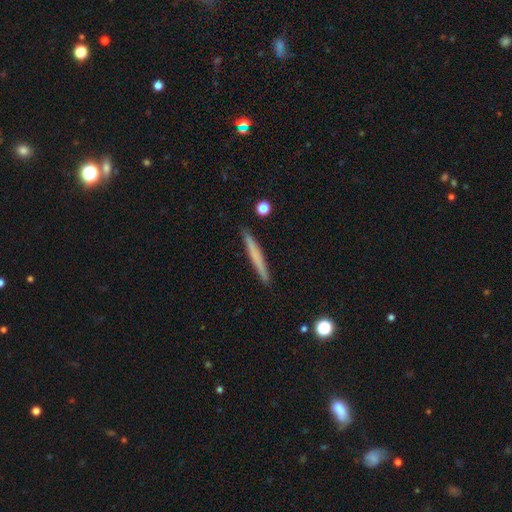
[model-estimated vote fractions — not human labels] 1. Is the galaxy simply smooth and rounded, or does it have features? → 62% smooth, 32% featured or disk, 6% star or artifact.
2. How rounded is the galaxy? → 97% cigar-shaped, 2% in between, 1% round.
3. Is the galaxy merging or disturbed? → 91% none, 6% minor disturbance, 2% merger, 1% major disturbance.